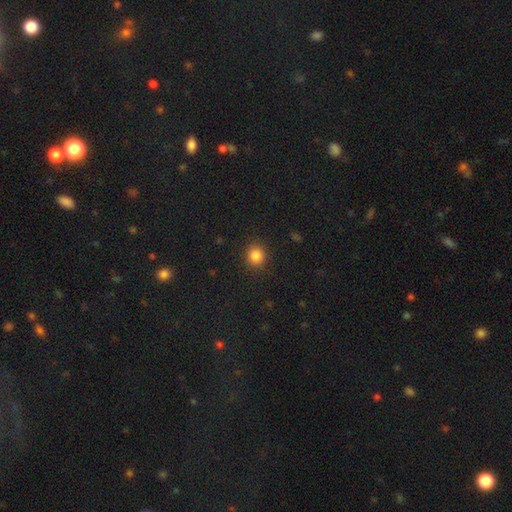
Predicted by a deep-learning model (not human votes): This appears to be a smooth galaxy with no disk features (85%) that is round (86%). Merging: none (90%).